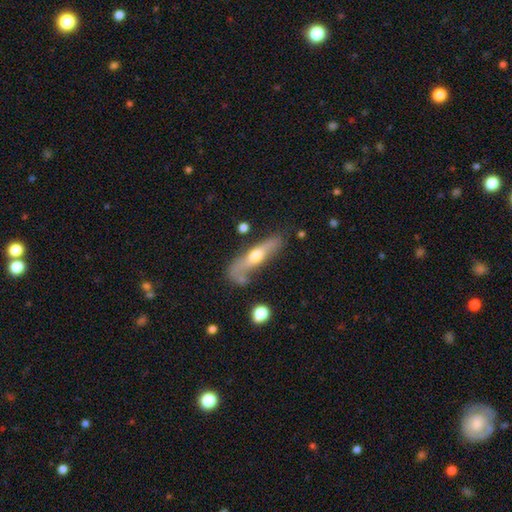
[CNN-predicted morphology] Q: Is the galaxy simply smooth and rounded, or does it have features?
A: featured or disk — 54%.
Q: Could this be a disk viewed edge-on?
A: yes — 77%.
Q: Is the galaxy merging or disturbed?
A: none — 54%.